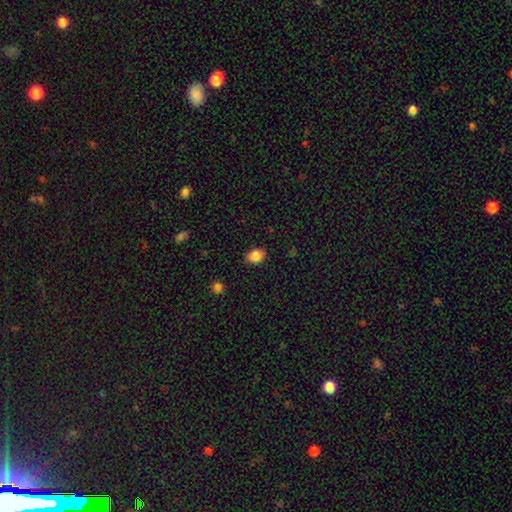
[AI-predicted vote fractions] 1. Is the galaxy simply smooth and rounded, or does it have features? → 86% smooth, 9% star or artifact, 4% featured or disk.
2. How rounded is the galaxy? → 60% in between, 39% round, 1% cigar-shaped.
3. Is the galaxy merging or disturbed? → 86% none, 10% minor disturbance, 2% major disturbance, 1% merger.